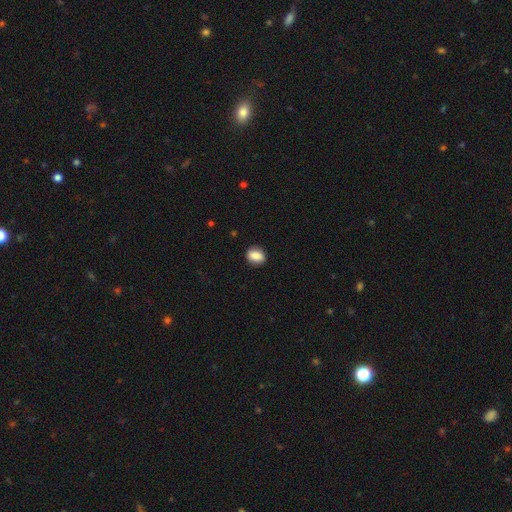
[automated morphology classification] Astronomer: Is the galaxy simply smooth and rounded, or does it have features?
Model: smooth — 85%.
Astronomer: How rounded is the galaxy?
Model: in between — 63%.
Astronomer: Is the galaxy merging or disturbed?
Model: none — 88%.